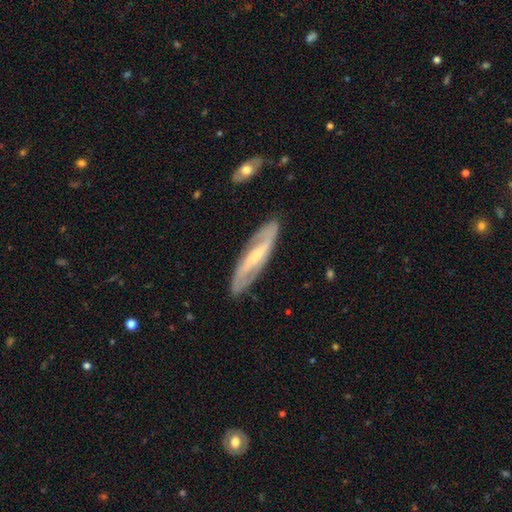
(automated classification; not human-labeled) Smooth or featured?
  - featured or disk: 76% *
  - smooth: 18%
  - star or artifact: 6%
Edge-on disk?
  - no: 78% *
  - yes: 22%
Bar?
  - strong: 41% *
  - weak: 38%
  - no: 21%
Spiral arms?
  - yes: 89% *
  - no: 11%
Spiral winding?
  - medium: 42% *
  - tight: 29%
  - loose: 29%
Spiral arm count?
  - 2: 84% *
  - can't tell: 11%
  - 1: 2%
  - 3: 1%
  - 4: 1%
  - more than 4: 1%
Bulge size?
  - small: 55% *
  - moderate: 36%
  - none: 5%
  - large: 3%
  - dominant: 1%
Merging?
  - none: 85% *
  - minor disturbance: 11%
  - major disturbance: 3%
  - merger: 1%